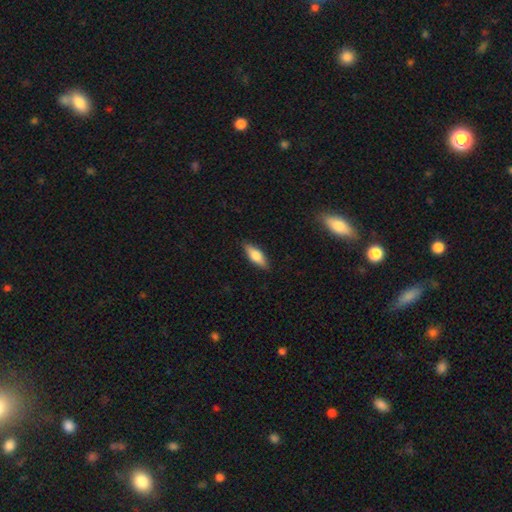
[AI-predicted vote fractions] This is likely a smooth galaxy (70%). How rounded: likely in between (63%). Merging: clearly none (87%).